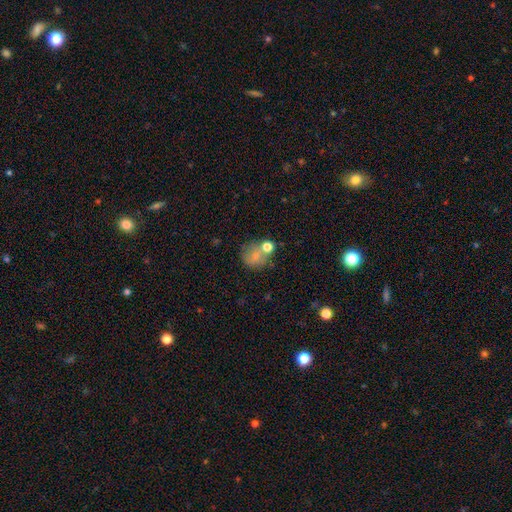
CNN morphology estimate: A smooth galaxy with no disk features (68%) that is round (73%). Merging: none (45%).